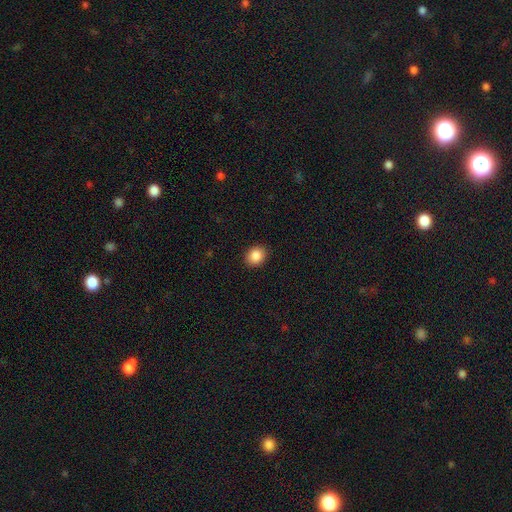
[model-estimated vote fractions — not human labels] The model was most divided on "how rounded": round: 61%, in between: 38%, cigar-shaped: 1%. More confident: merging — none (90%); smooth or featured — smooth (87%).